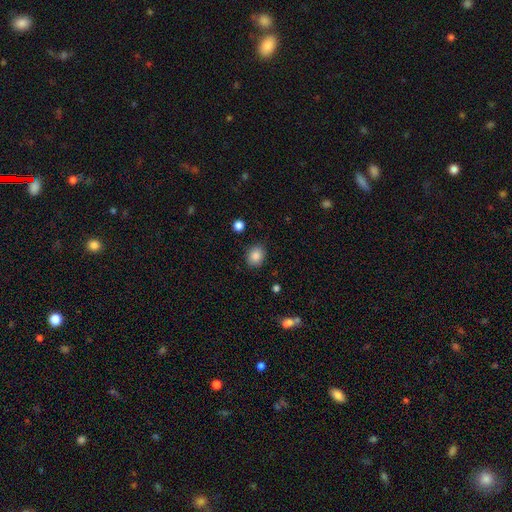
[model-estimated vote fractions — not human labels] A smooth galaxy with no disk features (86%) that is round (60%). Merging: none (85%).